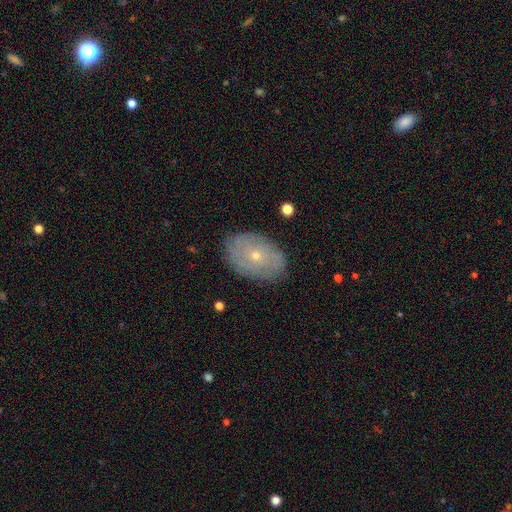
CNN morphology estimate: Overall: featured or disk (58%; smooth 33%). Edge-on disk: no (94%). Bar: no (87%). Spiral arms: yes (66%; no 34%). Bulge size: small (72%). Merging: none (83%).